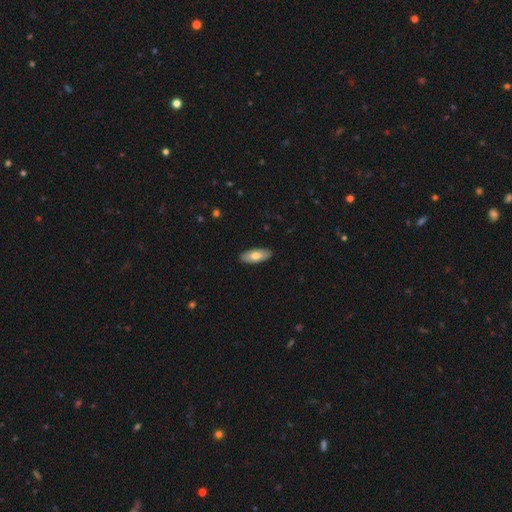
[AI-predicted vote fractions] Morphology: type=smooth (68%); roundness=in between (86%); merging=none (89%).